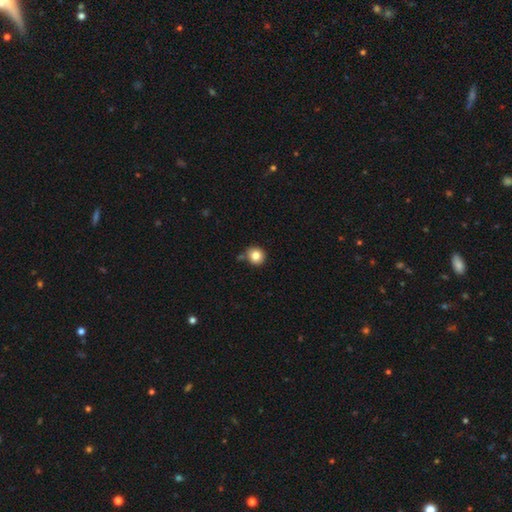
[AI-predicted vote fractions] smooth 84%, star or artifact 10%, featured or disk 6%. Down the decision tree: how rounded — round (89%); merging — none (77%).